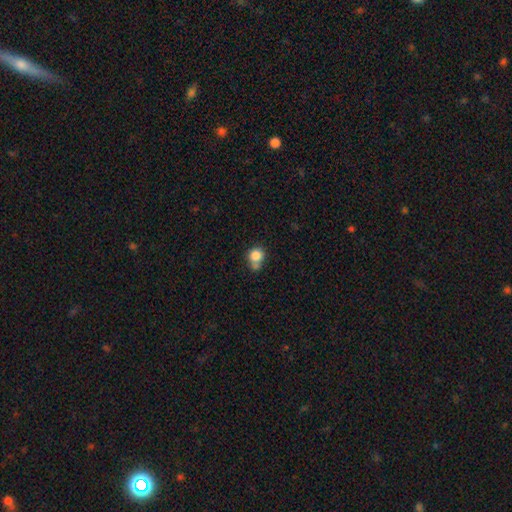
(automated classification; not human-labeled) Smooth or featured? Predicted: smooth (p=0.83). How rounded? Predicted: round (p=0.82). Merging? Predicted: none (p=0.51).